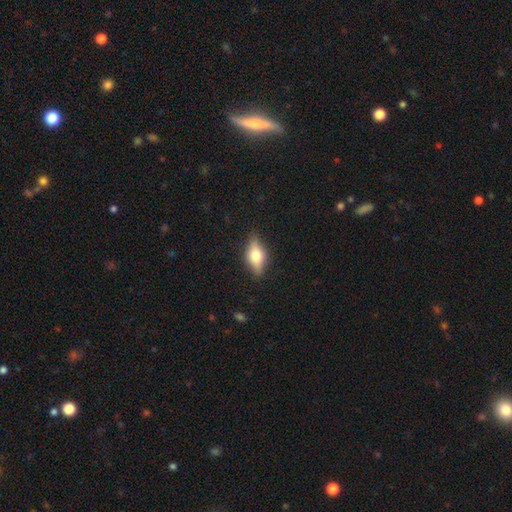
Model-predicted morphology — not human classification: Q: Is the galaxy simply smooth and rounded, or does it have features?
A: smooth — 49%.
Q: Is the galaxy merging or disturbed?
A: none — 83%.